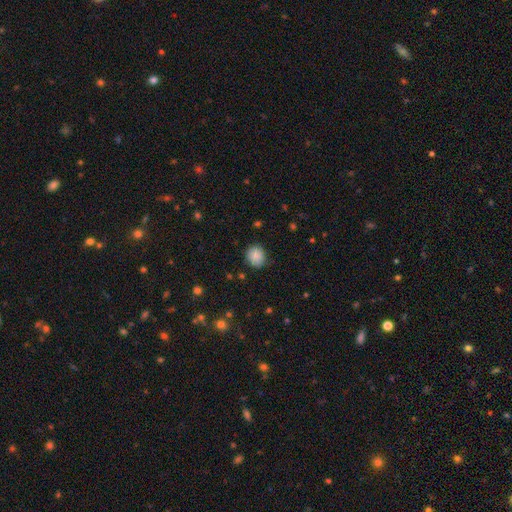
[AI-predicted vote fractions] Overall: smooth (87%). How rounded: round (78%). Merging: none (82%).